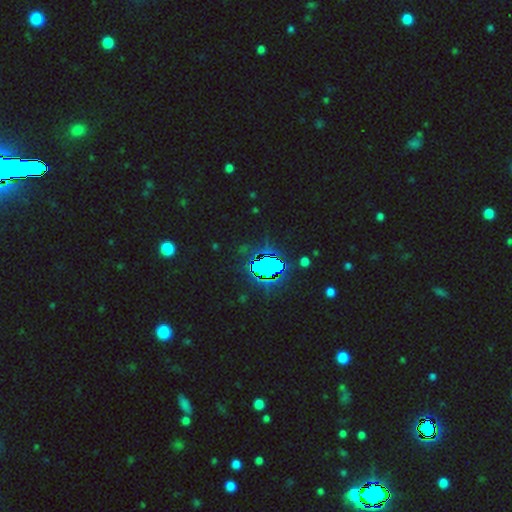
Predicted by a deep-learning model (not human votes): smooth-or-featured: star or artifact: 82% | smooth: 10% | featured or disk: 8%